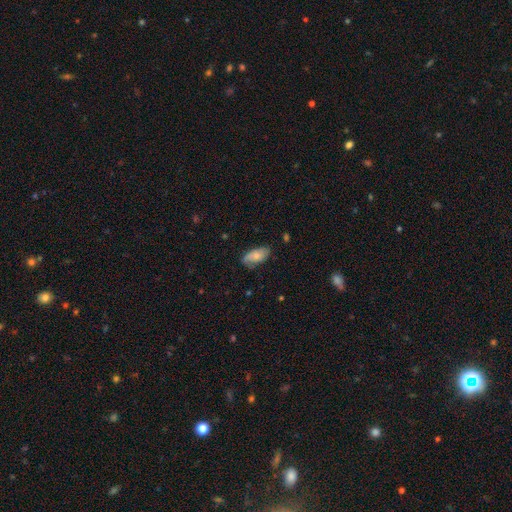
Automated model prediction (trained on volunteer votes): Overall: smooth (67%). How rounded: in between (91%). Merging: none (68%).